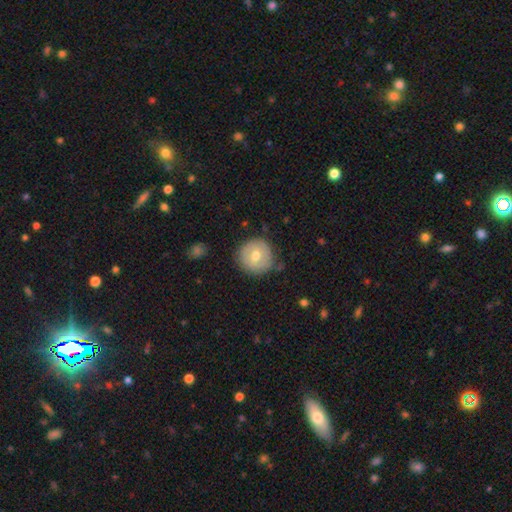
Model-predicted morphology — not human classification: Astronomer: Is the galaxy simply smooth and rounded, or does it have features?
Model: smooth — 66%.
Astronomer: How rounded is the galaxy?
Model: round — 95%.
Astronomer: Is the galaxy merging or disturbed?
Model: none — 83%.